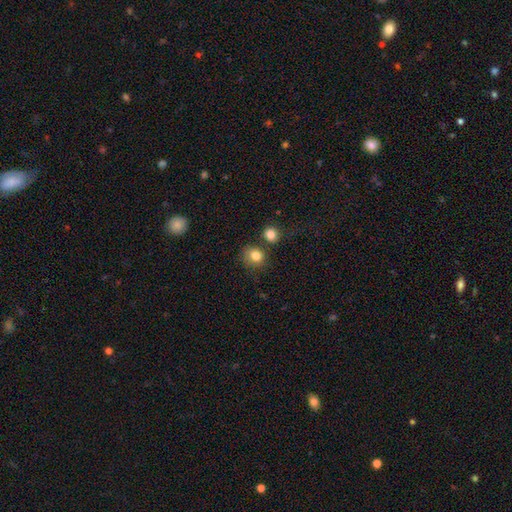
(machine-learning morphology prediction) A smooth galaxy with no disk features (81%) that is round (79%).

Vote fractions:
- Smooth or featured? smooth: 81% / star or artifact: 11% / featured or disk: 7%
- How rounded? round: 79% / in between: 20% / cigar-shaped: 1%
- Merging? none: 69% / minor disturbance: 13% / merger: 13% / major disturbance: 4%